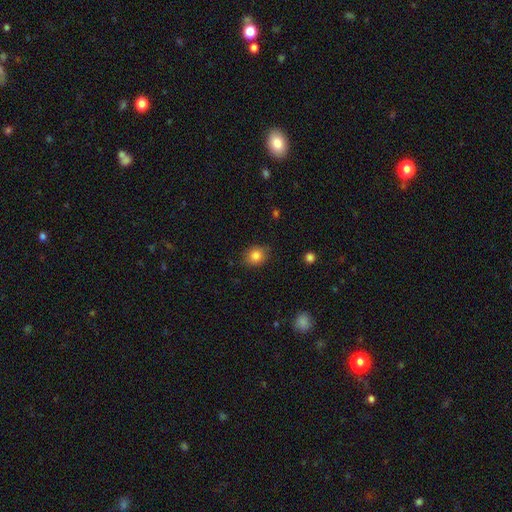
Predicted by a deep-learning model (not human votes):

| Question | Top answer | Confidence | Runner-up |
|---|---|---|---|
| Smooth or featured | smooth | 84% | star or artifact (10%) |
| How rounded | round | 63% | in between (37%) |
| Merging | none | 83% | minor disturbance (13%) |